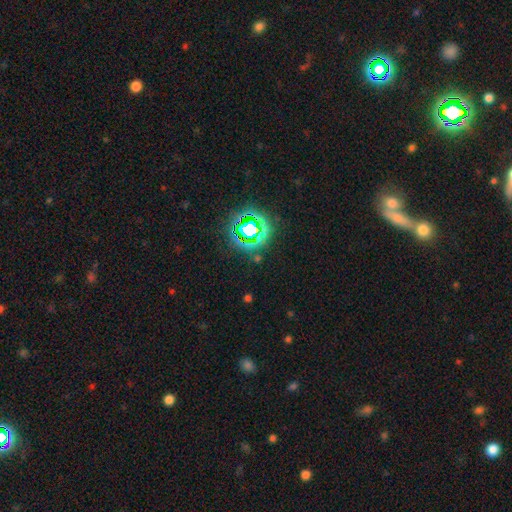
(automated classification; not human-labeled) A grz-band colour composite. It shows a star or artifact, not a galaxy (76%).